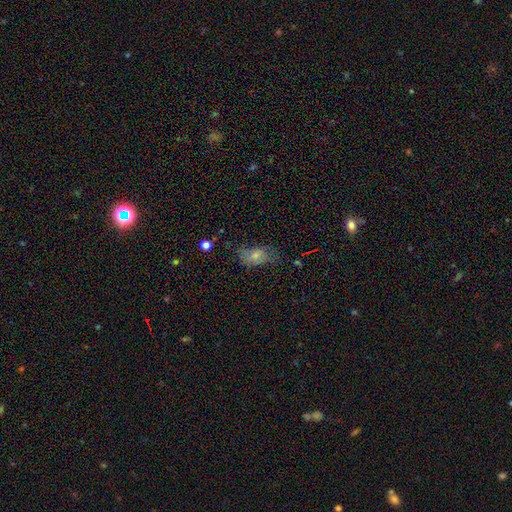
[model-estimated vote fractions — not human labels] A smooth galaxy with no disk features (71%) that is in between round and cigar-shaped (87%). Merging: none (47%).